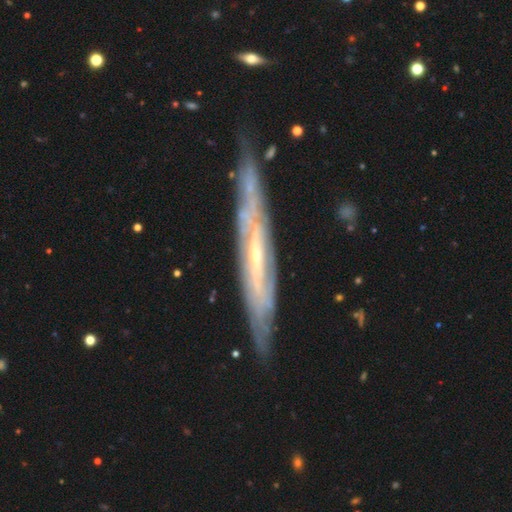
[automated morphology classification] smooth_or_featured: featured or disk (p=0.81) [alt: smooth p=0.13]
disk_edge_on: yes (p=0.60) [alt: no p=0.40]
merging: none (p=0.77) [alt: minor disturbance p=0.17]